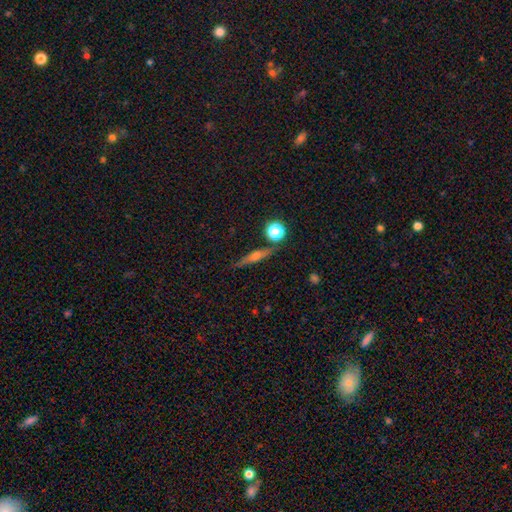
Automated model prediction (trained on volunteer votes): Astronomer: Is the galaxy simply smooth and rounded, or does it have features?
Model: featured or disk — 54% (runner-up: smooth, 34%).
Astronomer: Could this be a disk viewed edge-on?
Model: yes — 93%.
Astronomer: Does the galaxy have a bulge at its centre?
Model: rounded — 82%.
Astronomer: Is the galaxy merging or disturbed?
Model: none — 84%.